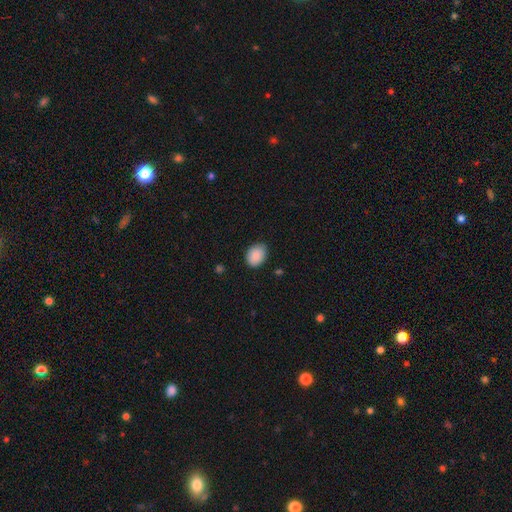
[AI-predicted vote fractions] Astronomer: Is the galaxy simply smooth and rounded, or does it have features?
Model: smooth — 89%.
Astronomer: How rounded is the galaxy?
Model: in between — 70%.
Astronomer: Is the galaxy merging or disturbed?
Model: none — 82%.